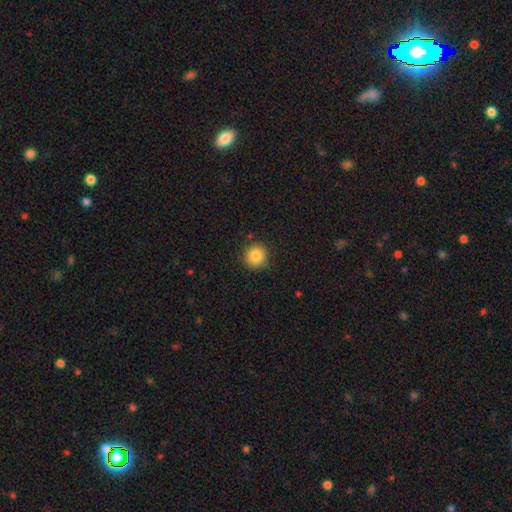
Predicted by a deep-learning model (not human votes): This is clearly a smooth galaxy (85%). How rounded: clearly round (94%). Merging: clearly none (89%).